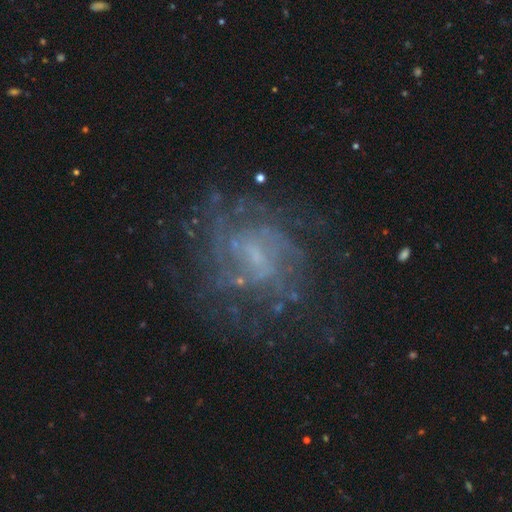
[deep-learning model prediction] Morphology: type=featured or disk (76%); edge-on=no (97%); bar=weak (48%); spiral arms=yes (80%); winding=tight (48%); arm count=can't tell (55%); bulge=small (59%); merging=none (66%).